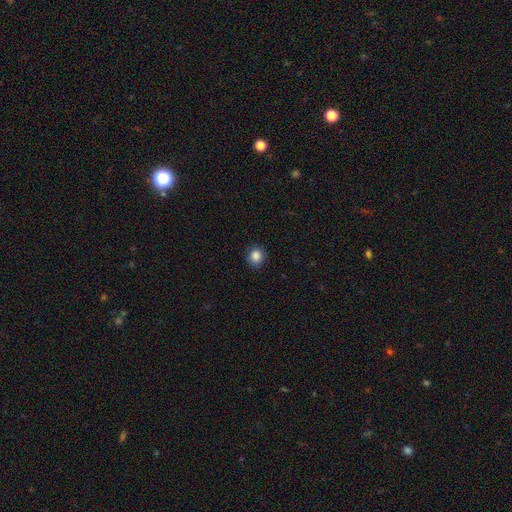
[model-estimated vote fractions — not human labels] smooth_or_featured: smooth (p=0.87) [alt: star or artifact p=0.10]
how_rounded: round (p=0.88) [alt: in between p=0.11]
merging: none (p=0.90) [alt: minor disturbance p=0.07]